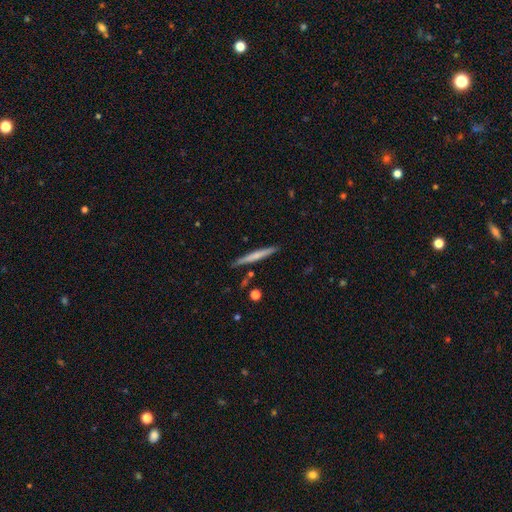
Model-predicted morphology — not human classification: smooth_or_featured: smooth (p=0.54) [alt: featured or disk p=0.40]
how_rounded: cigar-shaped (p=0.96) [alt: in between p=0.03]
merging: none (p=0.87) [alt: minor disturbance p=0.09]